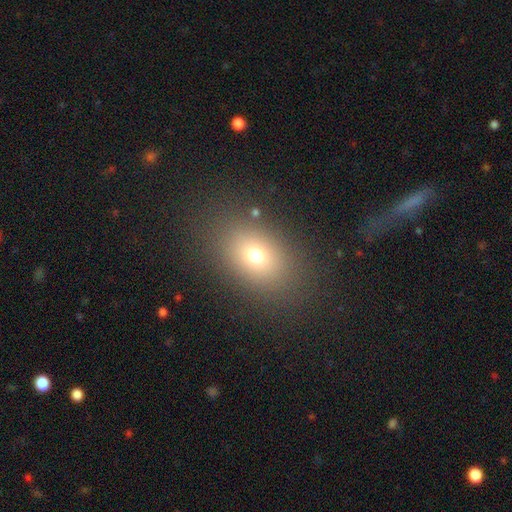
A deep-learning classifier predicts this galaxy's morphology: smooth_or_featured: smooth (p=0.70) [alt: star or artifact p=0.17]
how_rounded: in between (p=0.70) [alt: round p=0.28]
merging: none (p=0.84) [alt: minor disturbance p=0.09]